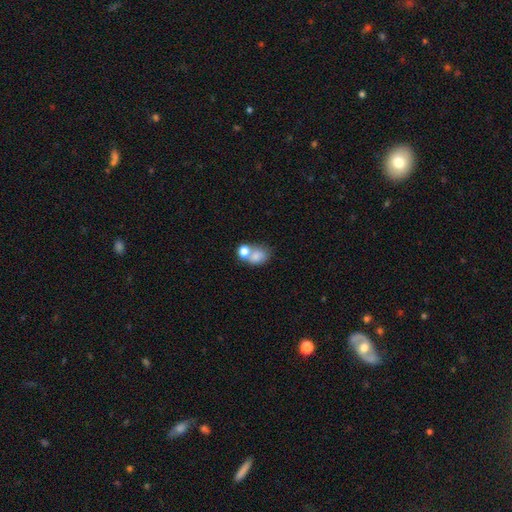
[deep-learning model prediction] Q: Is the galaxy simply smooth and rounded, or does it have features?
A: smooth — 76%.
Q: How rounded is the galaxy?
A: in between — 56%.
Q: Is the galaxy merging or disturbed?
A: merger — 57%.